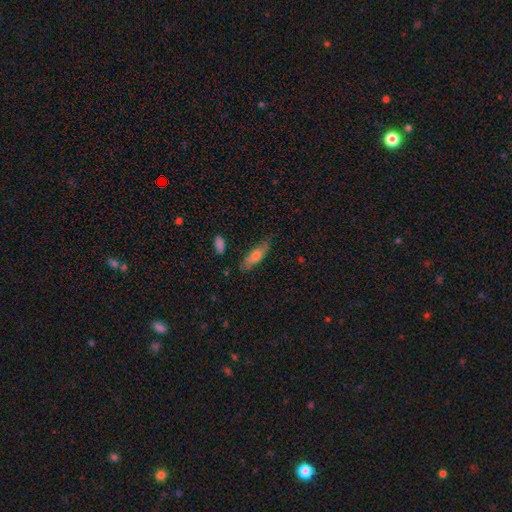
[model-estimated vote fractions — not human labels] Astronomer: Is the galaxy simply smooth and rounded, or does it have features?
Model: smooth — 63%.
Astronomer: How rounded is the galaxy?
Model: cigar-shaped — 52% (runner-up: in between, 46%).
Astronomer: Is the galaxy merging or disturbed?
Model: none — 74%.